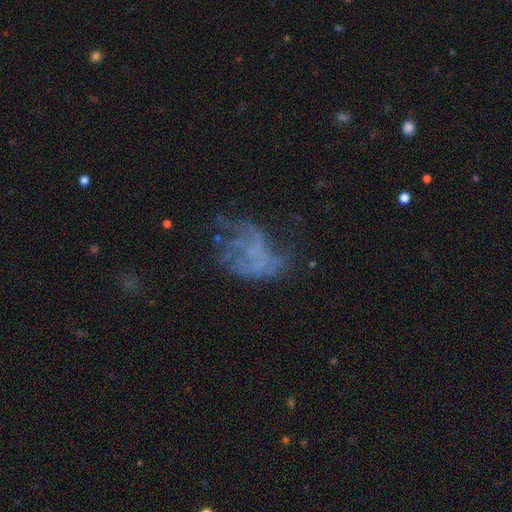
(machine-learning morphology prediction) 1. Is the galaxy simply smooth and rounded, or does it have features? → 59% featured or disk, 21% smooth, 20% star or artifact.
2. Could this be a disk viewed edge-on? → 98% no, 2% yes.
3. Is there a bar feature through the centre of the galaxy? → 89% no, 8% weak, 3% strong.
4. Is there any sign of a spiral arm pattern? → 73% no, 27% yes.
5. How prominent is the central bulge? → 85% none, 8% small, 4% moderate, 2% large, 1% dominant.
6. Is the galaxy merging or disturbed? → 43% major disturbance, 34% none, 18% minor disturbance, 4% merger.